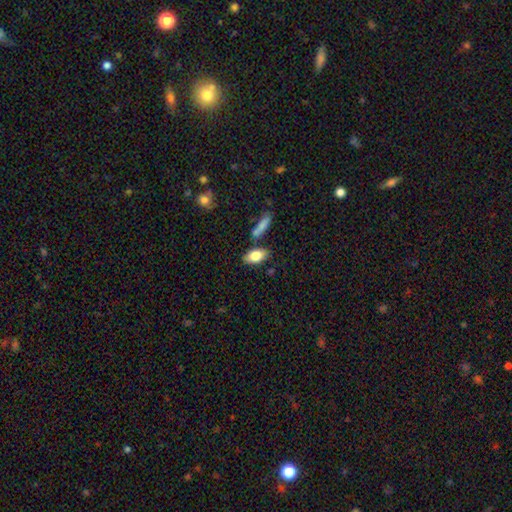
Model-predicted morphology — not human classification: smooth_or_featured: smooth (p=0.79) [alt: featured or disk p=0.14]
how_rounded: in between (p=0.88) [alt: cigar-shaped p=0.06]
merging: none (p=0.74) [alt: minor disturbance p=0.12]